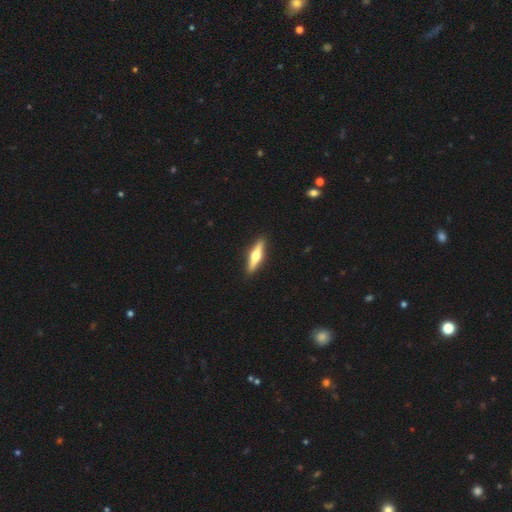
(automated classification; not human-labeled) A featured or disk galaxy (60%) viewed edge-on (96%) with a rounded central bulge (94%).

Vote fractions:
- Smooth or featured? featured or disk: 60% / smooth: 35% / star or artifact: 5%
- Edge-on disk? yes: 96% / no: 4%
- Edge-on bulge? rounded: 94% / boxy: 3% / none: 3%
- Merging? none: 92% / minor disturbance: 6% / major disturbance: 1% / merger: 1%